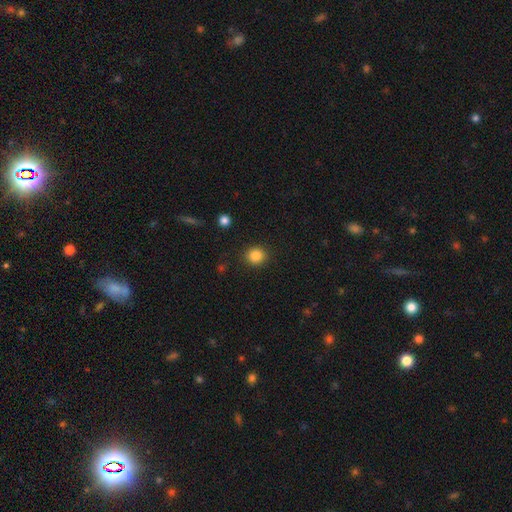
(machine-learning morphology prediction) type=smooth (86%); roundness=round (87%); merging=none (90%).